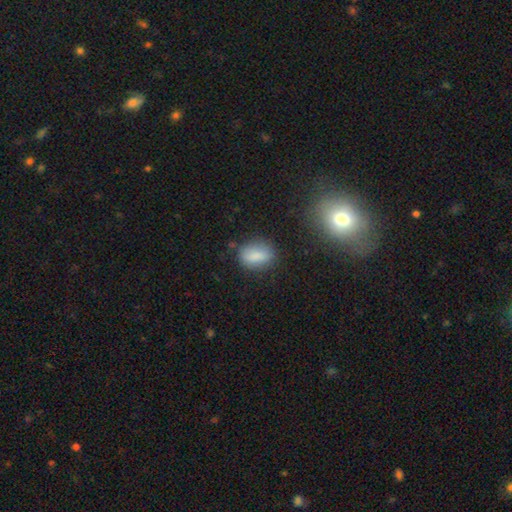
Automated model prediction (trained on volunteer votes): A smooth galaxy with no disk features (82%) that is in between round and cigar-shaped (78%).

Vote fractions:
- Smooth or featured? smooth: 82% / star or artifact: 9% / featured or disk: 9%
- How rounded? in between: 78% / round: 18% / cigar-shaped: 4%
- Merging? none: 72% / minor disturbance: 19% / major disturbance: 6% / merger: 4%